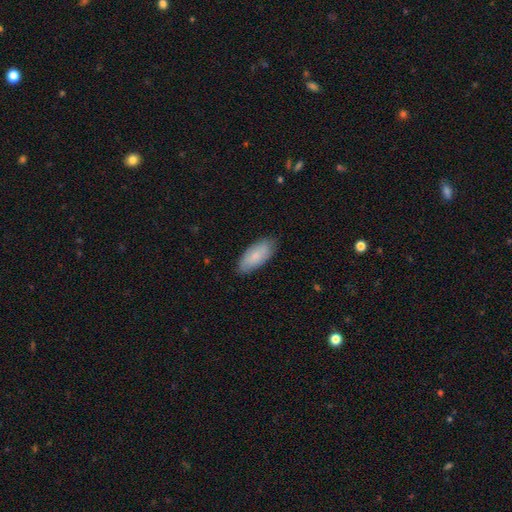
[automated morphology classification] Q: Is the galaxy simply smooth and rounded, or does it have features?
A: smooth — 82%.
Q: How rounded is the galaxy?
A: in between — 87%.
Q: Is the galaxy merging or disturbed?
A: none — 84%.